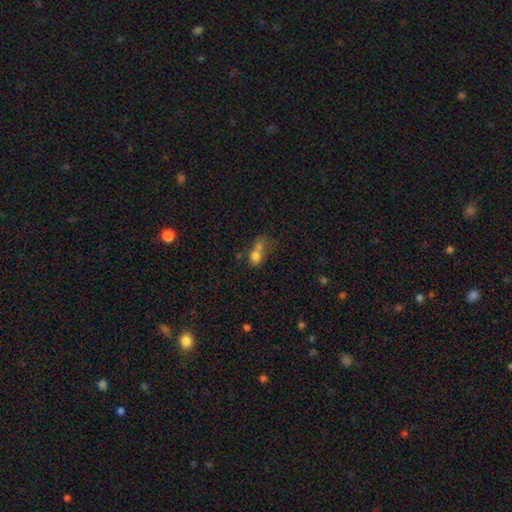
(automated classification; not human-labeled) Smooth or featured? Predicted: smooth (p=0.70). How rounded? Predicted: round (p=0.51). Merging? Predicted: merger (p=0.56).